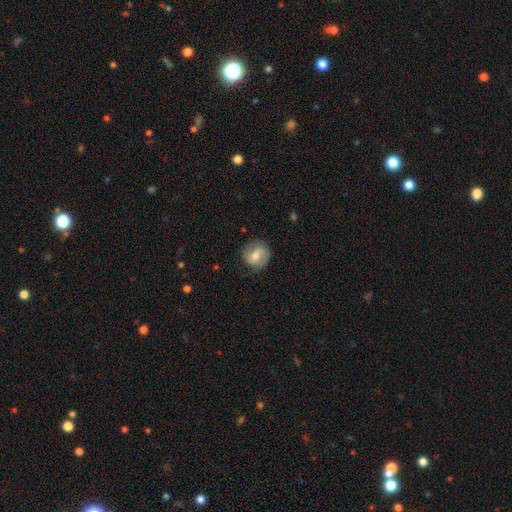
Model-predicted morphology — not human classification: This appears to be a smooth galaxy with no disk features (53%) that is round (79%). Merging: none (79%).